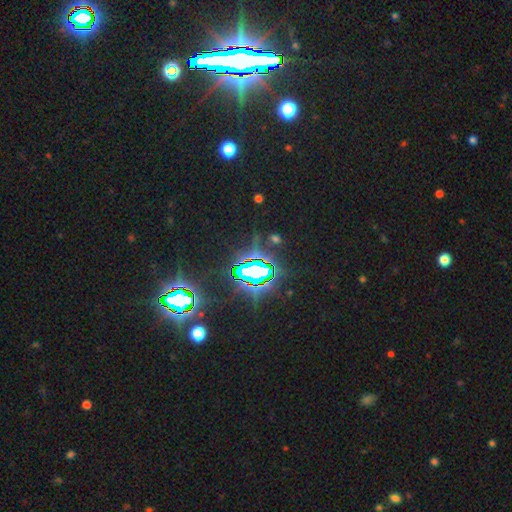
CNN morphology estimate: Smooth or featured? Predicted: star or artifact (p=0.84).